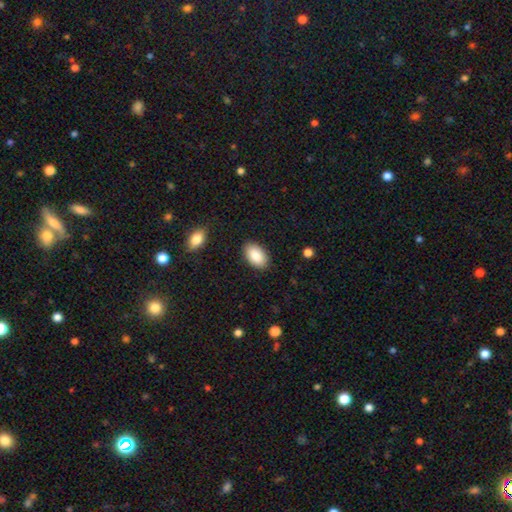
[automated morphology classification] The model was most divided on "merging": none: 87%, minor disturbance: 9%, major disturbance: 2%, merger: 1%. More confident: how rounded — in between (94%); smooth or featured — smooth (87%).